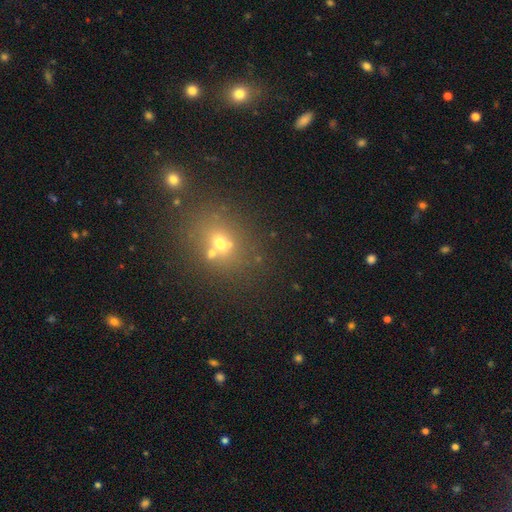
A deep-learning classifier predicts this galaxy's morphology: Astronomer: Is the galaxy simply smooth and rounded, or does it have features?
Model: smooth — 48% (runner-up: star or artifact, 39%).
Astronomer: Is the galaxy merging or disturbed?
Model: none — 66%.